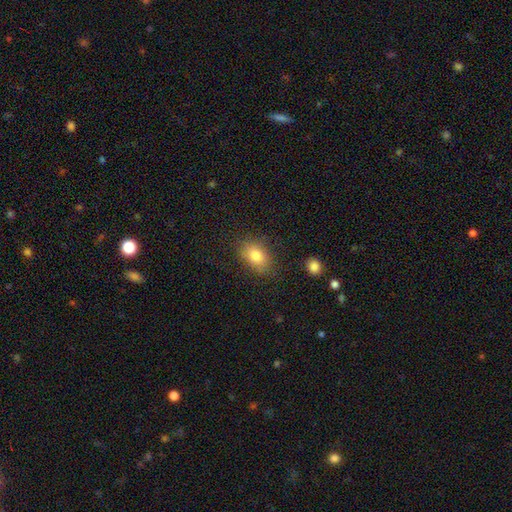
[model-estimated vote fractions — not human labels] smooth-or-featured: smooth: 82% | featured or disk: 9% | star or artifact: 9%
  how-rounded: in between: 82% | round: 17% | cigar-shaped: 2%
  merging: none: 79% | minor disturbance: 15% | major disturbance: 4% | merger: 2%